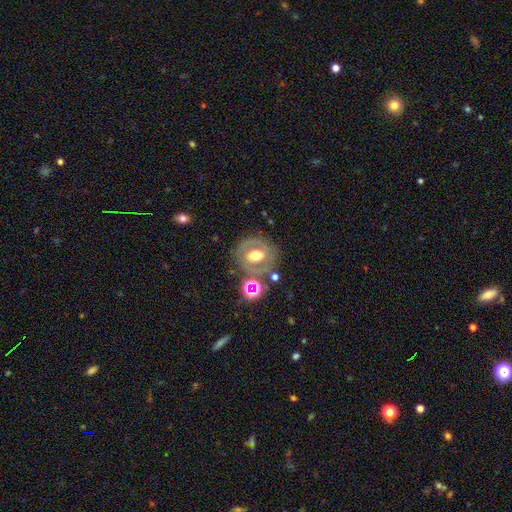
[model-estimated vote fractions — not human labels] Smooth or featured? Predicted: featured or disk (p=0.64). Edge-on disk? Predicted: no (p=0.95). Bar? Predicted: weak (p=0.37). Spiral arms? Predicted: yes (p=0.56). Bulge size? Predicted: moderate (p=0.63). Merging? Predicted: none (p=0.69).